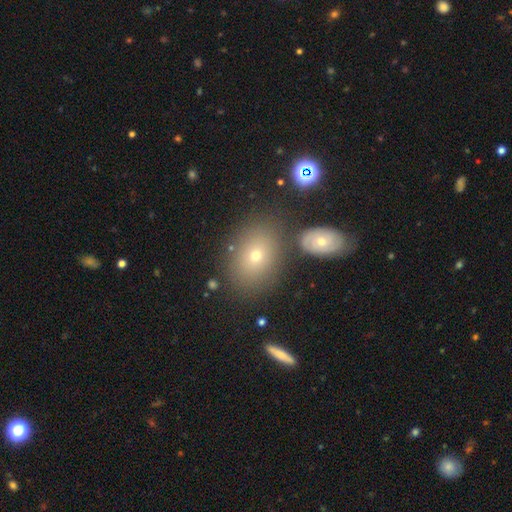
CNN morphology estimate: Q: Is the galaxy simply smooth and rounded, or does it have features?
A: smooth — 64%.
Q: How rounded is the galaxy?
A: in between — 65%.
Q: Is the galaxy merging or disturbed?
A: none — 75%.